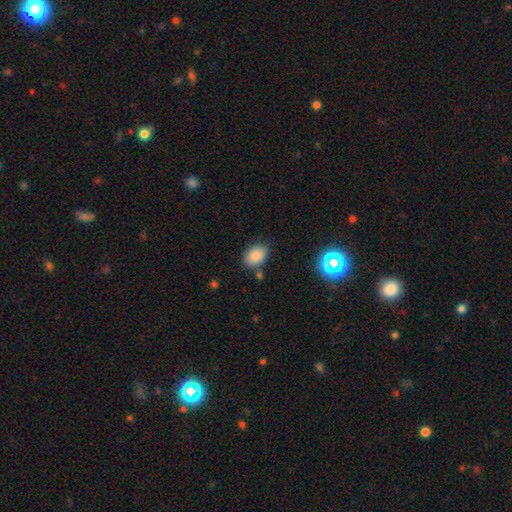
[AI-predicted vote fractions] This appears to be a smooth galaxy with no disk features (85%) that is in between round and cigar-shaped (80%). Merging: none (76%).